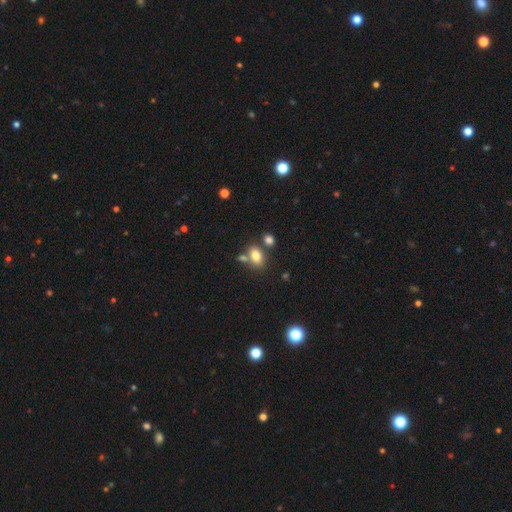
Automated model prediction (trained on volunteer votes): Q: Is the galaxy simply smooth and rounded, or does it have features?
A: smooth — 79%.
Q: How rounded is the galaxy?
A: in between — 83%.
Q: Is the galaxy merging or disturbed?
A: none — 60%.